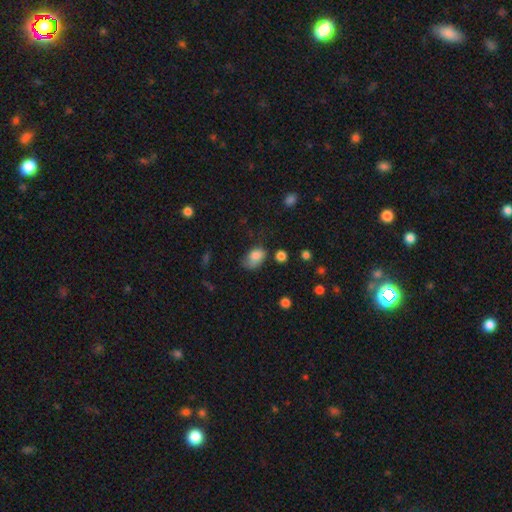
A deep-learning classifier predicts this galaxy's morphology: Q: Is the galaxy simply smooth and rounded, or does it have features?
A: smooth — 80%.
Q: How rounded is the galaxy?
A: in between — 82%.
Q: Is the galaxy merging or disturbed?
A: minor disturbance — 38%.